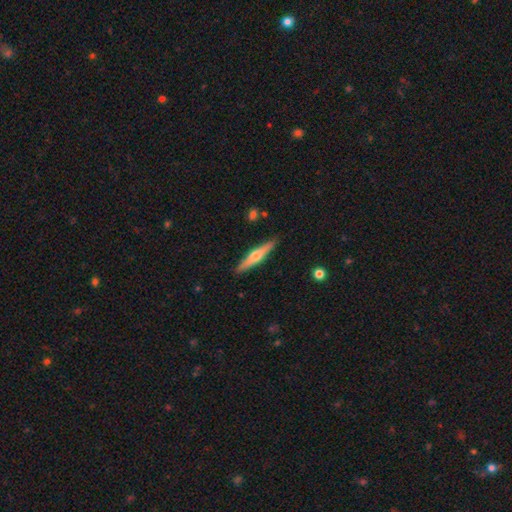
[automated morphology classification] Smooth or featured?
  - featured or disk: 57% *
  - smooth: 38%
  - star or artifact: 5%
Edge-on disk?
  - yes: 96% *
  - no: 4%
Edge-on bulge?
  - rounded: 91% *
  - none: 6%
  - boxy: 4%
Merging?
  - none: 89% *
  - minor disturbance: 8%
  - major disturbance: 2%
  - merger: 1%